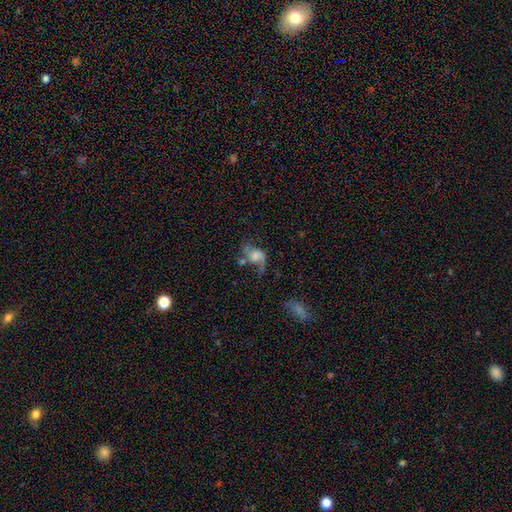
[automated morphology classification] smooth_or_featured: featured or disk (p=0.67) [alt: smooth p=0.23]
disk_edge_on: no (p=0.97) [alt: yes p=0.03]
bar: no (p=0.62) [alt: weak p=0.31]
has_spiral_arms: yes (p=0.87) [alt: no p=0.13]
spiral_winding: loose (p=0.74) [alt: medium p=0.21]
spiral_arm_count: 2 (p=0.81) [alt: 1 p=0.12]
bulge_size: moderate (p=0.29) [alt: small p=0.25]
merging: none (p=0.40) [alt: major disturbance p=0.27]